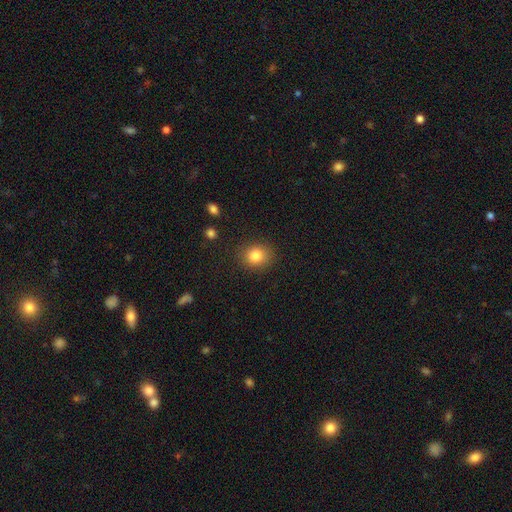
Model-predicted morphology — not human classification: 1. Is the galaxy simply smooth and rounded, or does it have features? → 83% smooth, 11% star or artifact, 7% featured or disk.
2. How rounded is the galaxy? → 73% round, 26% in between, 1% cigar-shaped.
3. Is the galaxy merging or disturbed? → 88% none, 8% minor disturbance, 3% major disturbance, 1% merger.